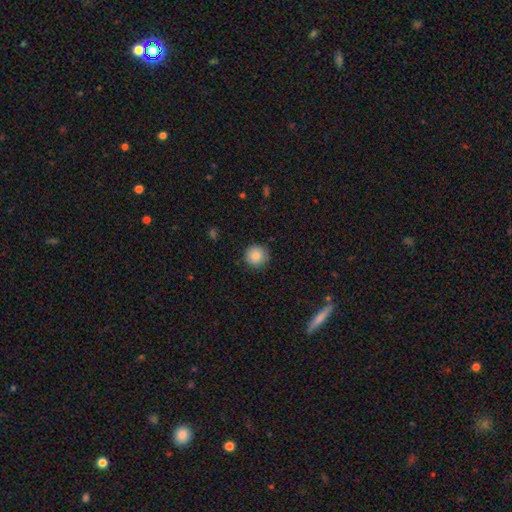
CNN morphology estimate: Q: Smooth or featured?
A: smooth (87%); runner-up: star or artifact (9%)
Q: How rounded?
A: round (95%); runner-up: in between (4%)
Q: Merging?
A: none (89%); runner-up: minor disturbance (7%)